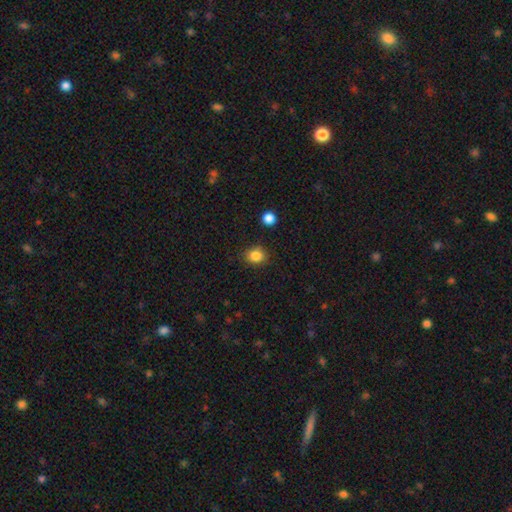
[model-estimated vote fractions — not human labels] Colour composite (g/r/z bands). It shows a smooth galaxy with no disk features (85%) that is round (66%). Merging: none (86%).